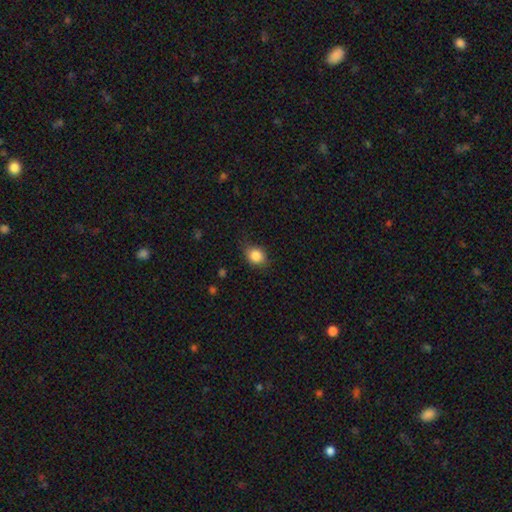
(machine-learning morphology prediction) smooth_or_featured: smooth (p=0.84) [alt: star or artifact p=0.10]
how_rounded: round (p=0.53) [alt: in between p=0.46]
merging: none (p=0.76) [alt: minor disturbance p=0.19]